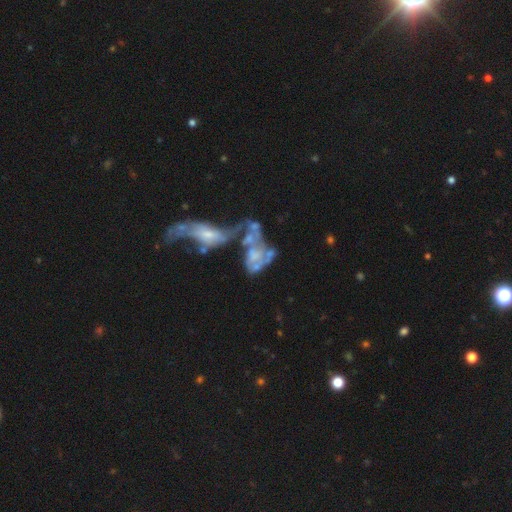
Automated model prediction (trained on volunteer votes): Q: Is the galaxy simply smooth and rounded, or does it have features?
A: featured or disk — 65%.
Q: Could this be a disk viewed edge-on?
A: no — 95%.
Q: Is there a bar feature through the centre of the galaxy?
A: no — 83%.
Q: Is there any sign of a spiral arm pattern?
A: no — 71%.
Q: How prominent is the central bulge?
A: none — 50%.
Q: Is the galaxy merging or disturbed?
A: merger — 65%.